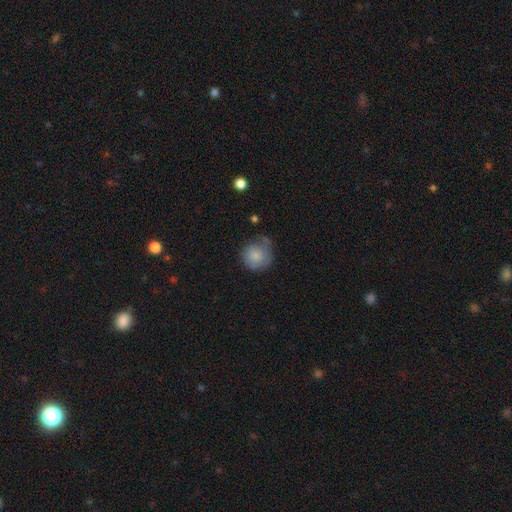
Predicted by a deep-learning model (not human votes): A smooth galaxy with no disk features (81%) that is round (90%). Merging: none (59%).